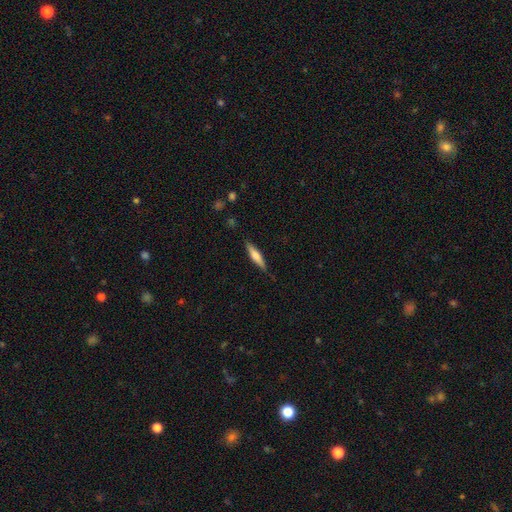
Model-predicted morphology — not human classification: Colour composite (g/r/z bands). It shows a smooth galaxy with no disk features (51%) that is cigar-shaped (83%). Merging: none (85%).